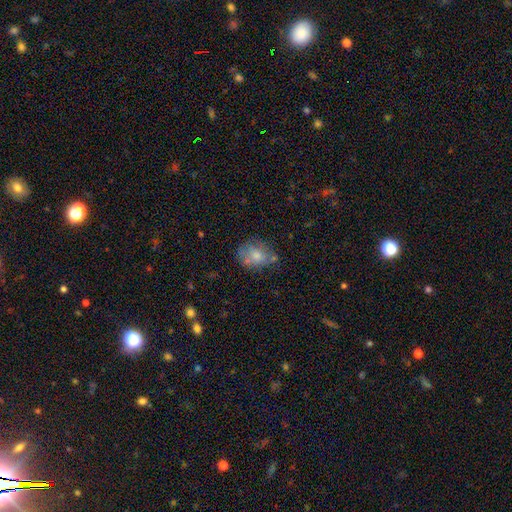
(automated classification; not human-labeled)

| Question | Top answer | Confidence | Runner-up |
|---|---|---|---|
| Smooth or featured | smooth | 68% | featured or disk (23%) |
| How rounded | in between | 65% | round (34%) |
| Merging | none | 49% | minor disturbance (28%) |